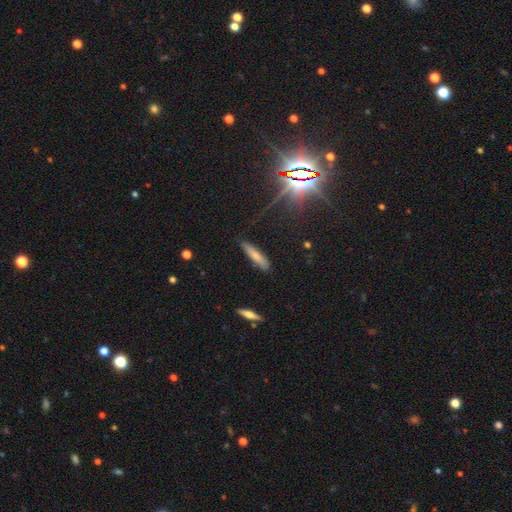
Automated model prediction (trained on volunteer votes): smooth_or_featured: smooth (p=0.73) [alt: featured or disk p=0.19]
how_rounded: cigar-shaped (p=0.84) [alt: in between p=0.14]
merging: none (p=0.84) [alt: minor disturbance p=0.12]